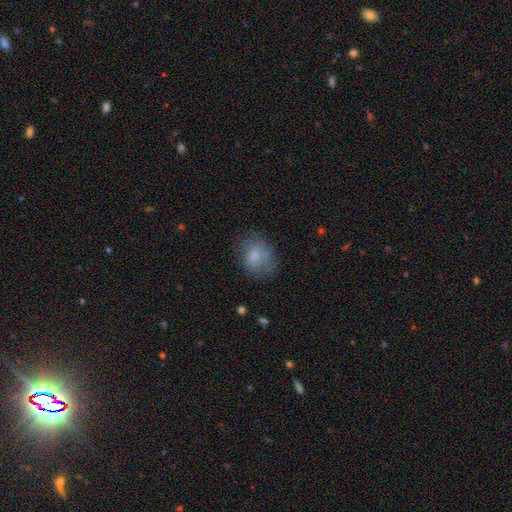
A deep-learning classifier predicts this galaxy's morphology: smooth 73%, featured or disk 17%, star or artifact 10%. Down the decision tree: how rounded — round (54%); merging — none (58%).